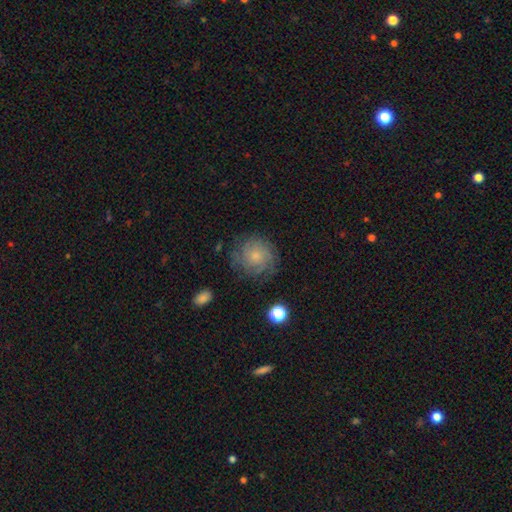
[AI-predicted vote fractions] Smooth or featured: featured or disk — 52% (smooth — 37%)
Edge-on disk: no — 97% (yes — 3%)
Bar: no — 82% (weak — 16%)
Spiral arms: yes — 87% (no — 13%)
Bulge size: small — 54% (moderate — 29%)
Merging: none — 74% (minor disturbance — 17%)